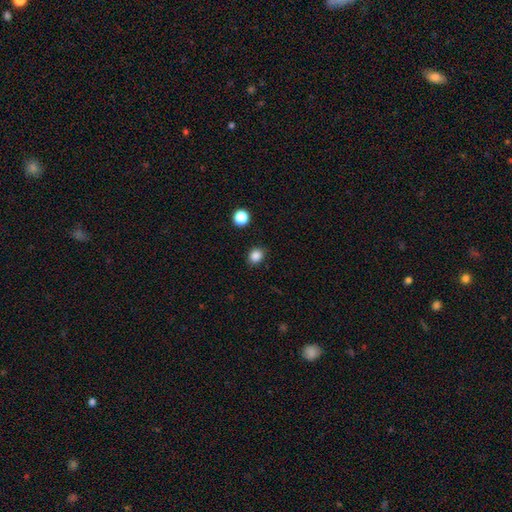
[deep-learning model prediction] smooth-or-featured: smooth: 85% | star or artifact: 11% | featured or disk: 3%
  how-rounded: round: 66% | in between: 34% | cigar-shaped: 1%
  merging: none: 86% | minor disturbance: 10% | major disturbance: 3% | merger: 2%